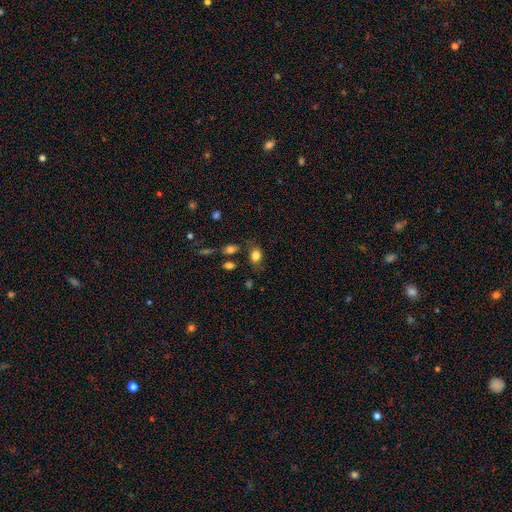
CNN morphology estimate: This appears to be a smooth galaxy with no disk features (80%) that is in between round and cigar-shaped (70%). Merging: none (65%).